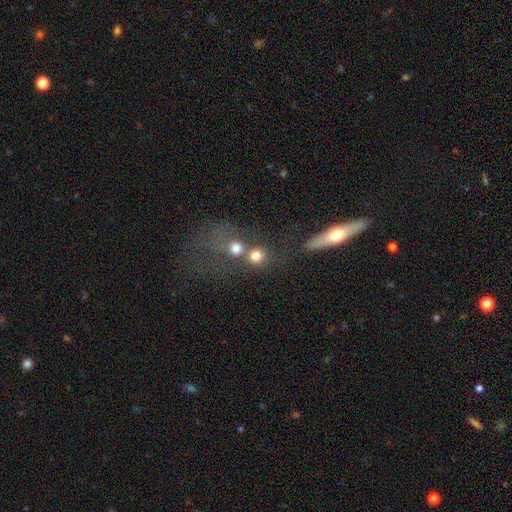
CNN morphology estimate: This appears to be a smooth galaxy with no disk features (76%) that is round (86%). Merging: none (45%).